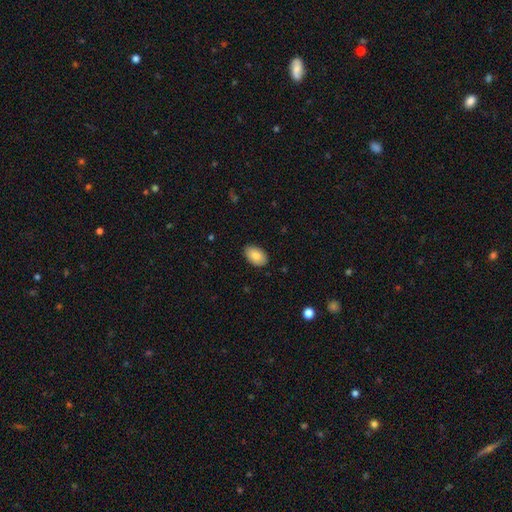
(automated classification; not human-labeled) This appears to be a smooth galaxy with no disk features (86%) that is in between round and cigar-shaped (92%). Merging: none (86%).